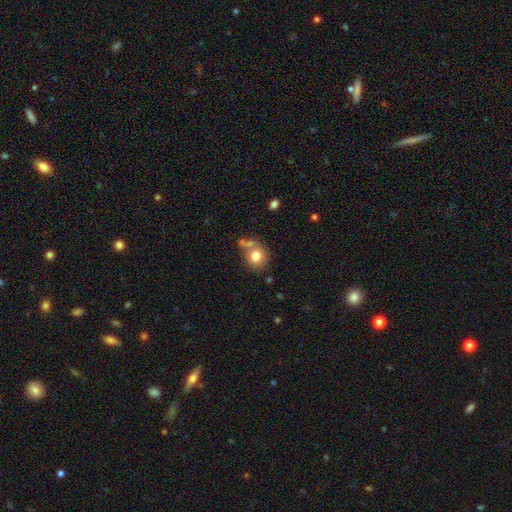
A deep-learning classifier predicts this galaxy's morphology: A smooth galaxy with no disk features (77%) that is round (78%). Merging: none (57%).